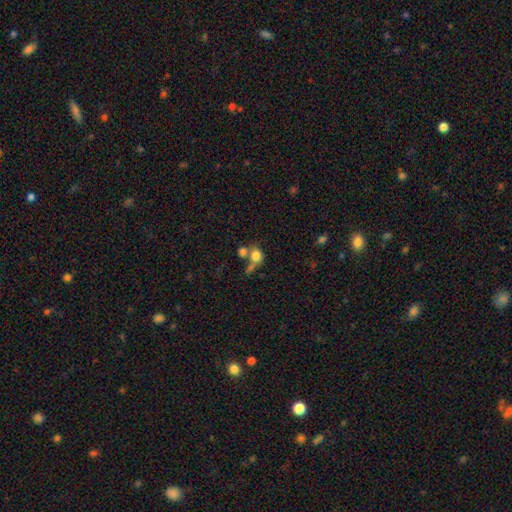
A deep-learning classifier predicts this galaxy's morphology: This appears to be a smooth galaxy with no disk features (74%) that is round (62%). Merging: merger (46%).